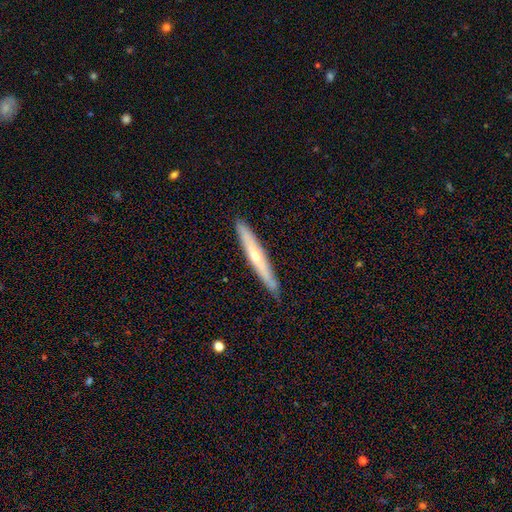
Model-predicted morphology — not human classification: The model was most divided on "smooth or featured": featured or disk: 53%, smooth: 41%, star or artifact: 6%. More confident: edge-on disk — yes (91%); merging — none (88%).